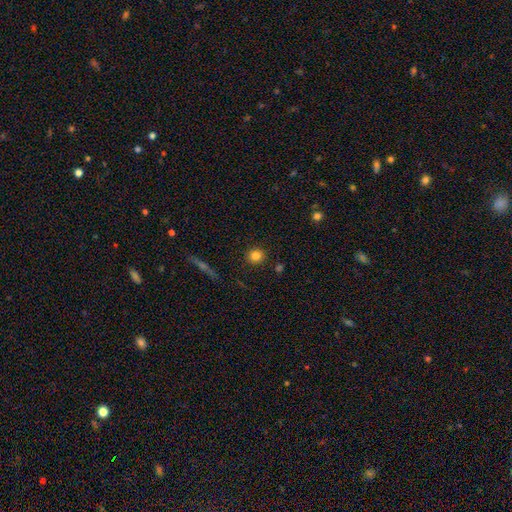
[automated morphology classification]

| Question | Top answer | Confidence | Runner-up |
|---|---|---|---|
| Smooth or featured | smooth | 82% | star or artifact (12%) |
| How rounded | round | 90% | in between (9%) |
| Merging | none | 89% | minor disturbance (7%) |